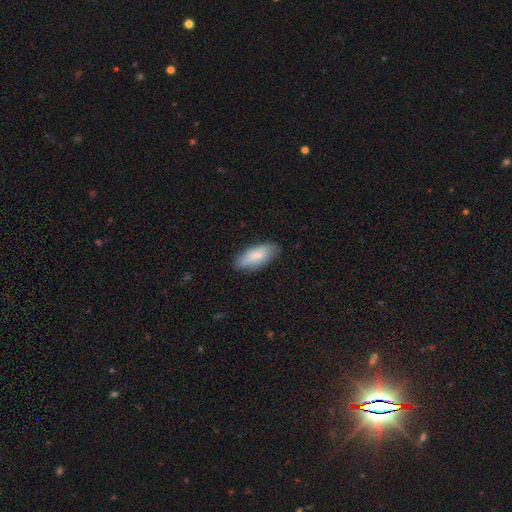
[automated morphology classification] type=smooth (81%); roundness=in between (80%); merging=none (80%).